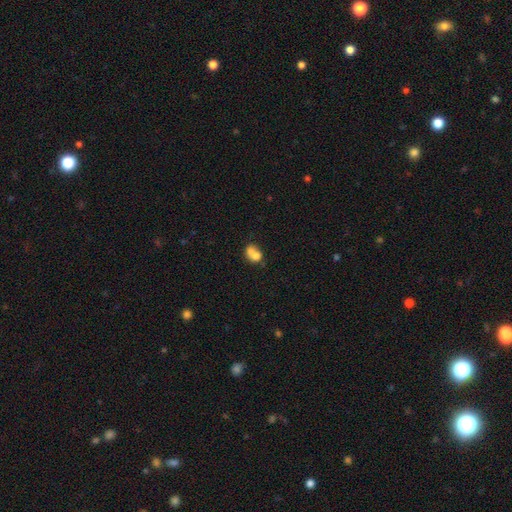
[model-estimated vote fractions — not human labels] A smooth galaxy with no disk features (69%) that is round (59%). Merging: merger (62%).